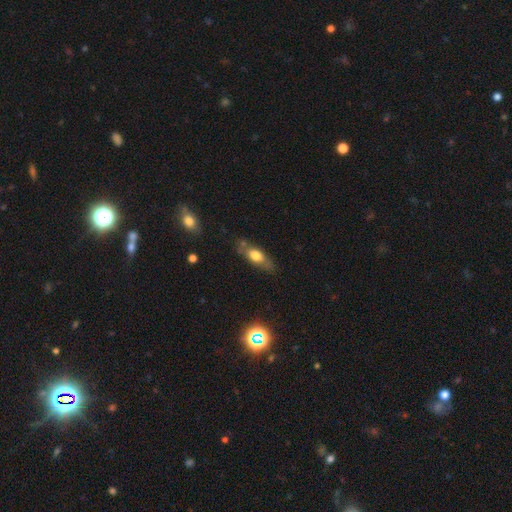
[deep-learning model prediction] smooth_or_featured: smooth (p=0.59) [alt: featured or disk p=0.33]
how_rounded: in between (p=0.66) [alt: cigar-shaped p=0.29]
merging: none (p=0.68) [alt: minor disturbance p=0.21]